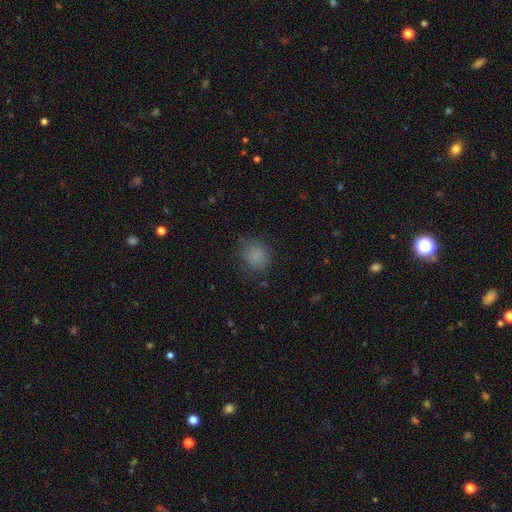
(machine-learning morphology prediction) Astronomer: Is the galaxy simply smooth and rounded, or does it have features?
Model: smooth — 82%.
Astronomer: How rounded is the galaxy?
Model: round — 69%.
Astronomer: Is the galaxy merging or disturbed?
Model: none — 74%.